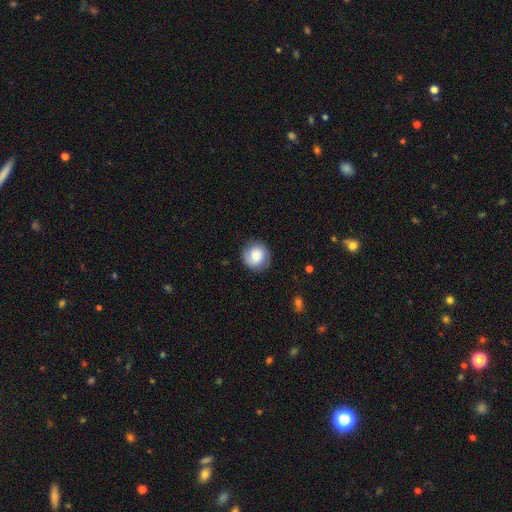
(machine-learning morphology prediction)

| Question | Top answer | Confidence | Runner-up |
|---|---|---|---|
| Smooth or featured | smooth | 68% | featured or disk (24%) |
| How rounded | round | 90% | in between (9%) |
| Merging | none | 82% | minor disturbance (13%) |